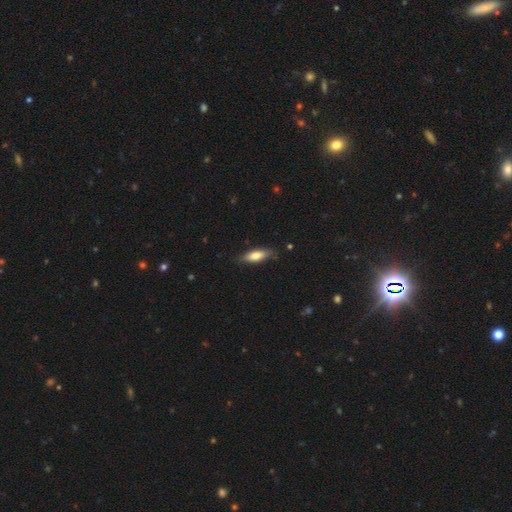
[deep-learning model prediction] This appears to be a smooth galaxy with no disk features (70%) that is in between round and cigar-shaped (57%). Merging: none (81%).